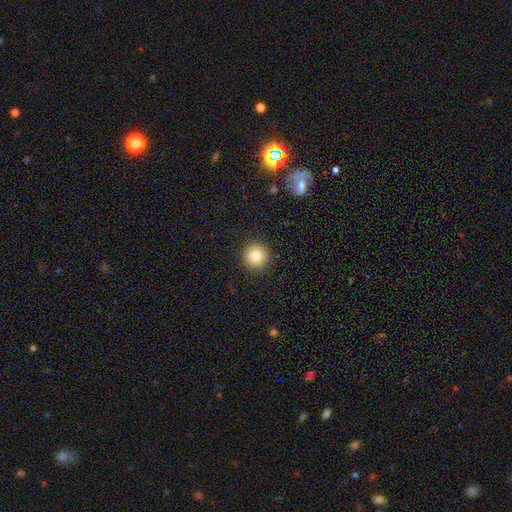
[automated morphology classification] Smooth or featured?
  - smooth: 83% *
  - star or artifact: 10%
  - featured or disk: 7%
How rounded?
  - round: 95% *
  - in between: 4%
  - cigar-shaped: 1%
Merging?
  - none: 90% *
  - minor disturbance: 7%
  - major disturbance: 2%
  - merger: 1%